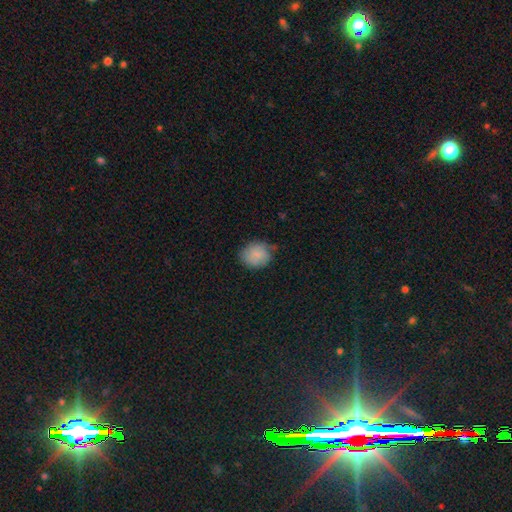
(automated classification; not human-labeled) The model was most divided on "how rounded": round: 67%, in between: 32%, cigar-shaped: 1%. More confident: smooth or featured — smooth (83%); merging — none (69%).